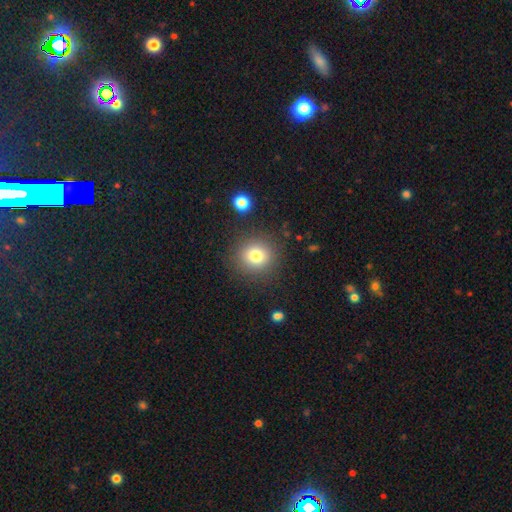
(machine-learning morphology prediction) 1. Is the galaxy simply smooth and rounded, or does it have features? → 78% smooth, 13% star or artifact, 9% featured or disk.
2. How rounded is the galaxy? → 89% round, 10% in between, 1% cigar-shaped.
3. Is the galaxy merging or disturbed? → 86% none, 8% minor disturbance, 4% major disturbance, 3% merger.